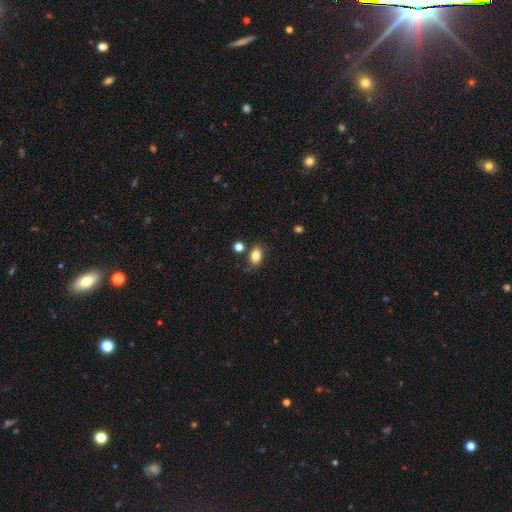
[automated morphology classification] A smooth galaxy with no disk features (82%) that is in between round and cigar-shaped (77%).

Vote fractions:
- Smooth or featured? smooth: 82% / star or artifact: 10% / featured or disk: 8%
- How rounded? in between: 77% / round: 21% / cigar-shaped: 2%
- Merging? none: 73% / minor disturbance: 16% / merger: 7% / major disturbance: 4%